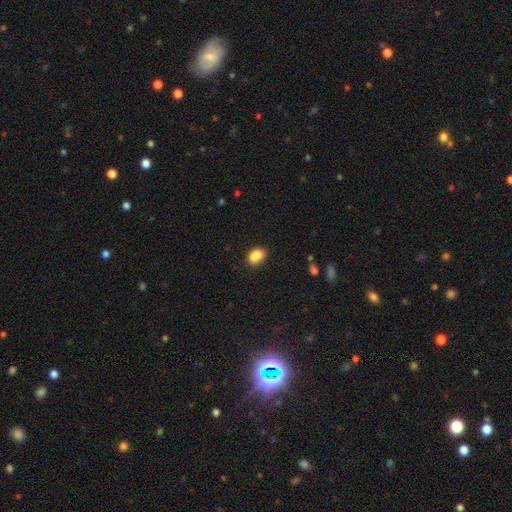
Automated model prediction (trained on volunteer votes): Overall: smooth (86%). How rounded: in between (83%). Merging: none (71%).